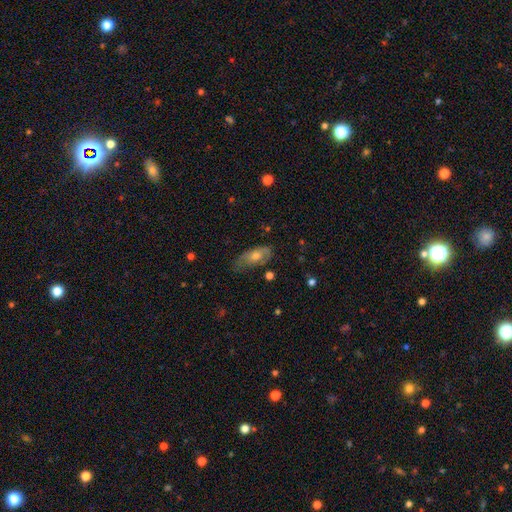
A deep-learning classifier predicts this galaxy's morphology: smooth-or-featured: smooth: 49% | featured or disk: 42% | star or artifact: 9%
  merging: none: 55% | minor disturbance: 30% | major disturbance: 13% | merger: 2%